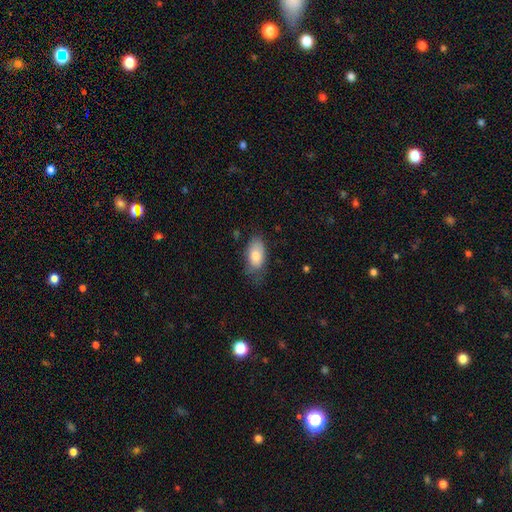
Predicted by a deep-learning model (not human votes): Smooth or featured? Predicted: smooth (p=0.78). How rounded? Predicted: in between (p=0.92). Merging? Predicted: none (p=0.60).